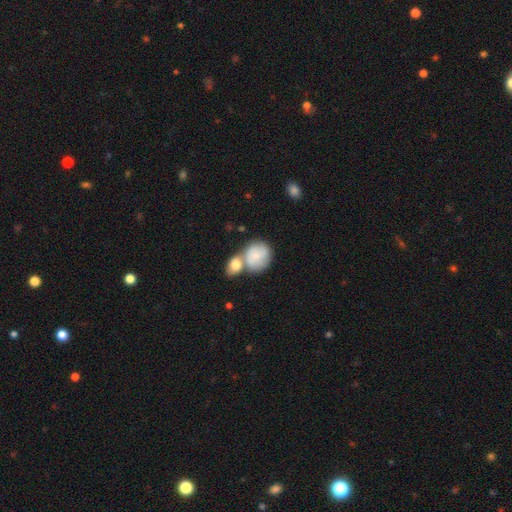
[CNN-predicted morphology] A smooth galaxy with no disk features (73%) that is round (70%). Merging: merger (53%).